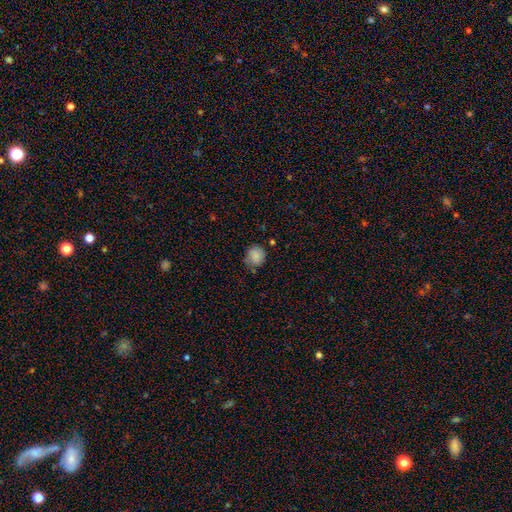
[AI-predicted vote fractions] Smooth or featured? smooth (85%)
How rounded? round (79%)
Merging? none (70%)